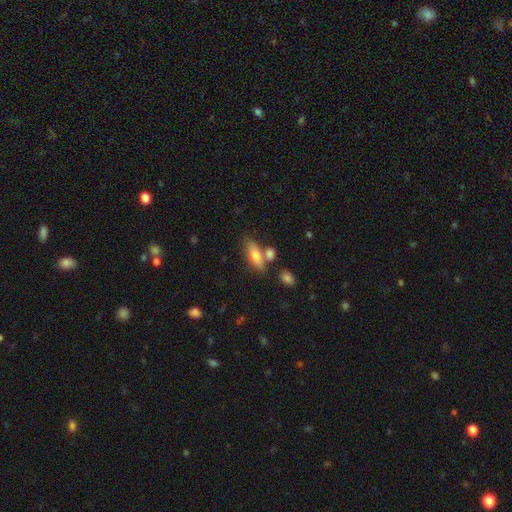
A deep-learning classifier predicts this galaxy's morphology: Smooth or featured? Predicted: smooth (p=0.70). How rounded? Predicted: in between (p=0.69). Merging? Predicted: none (p=0.59).